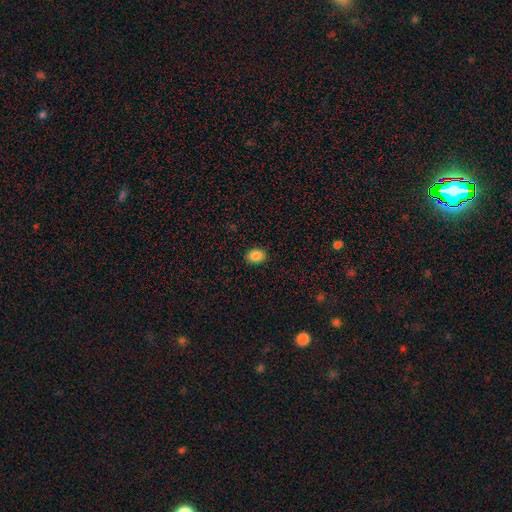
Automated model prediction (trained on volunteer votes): The model was most divided on "how rounded": in between: 59%, round: 40%, cigar-shaped: 1%. More confident: merging — none (89%); smooth or featured — smooth (87%).